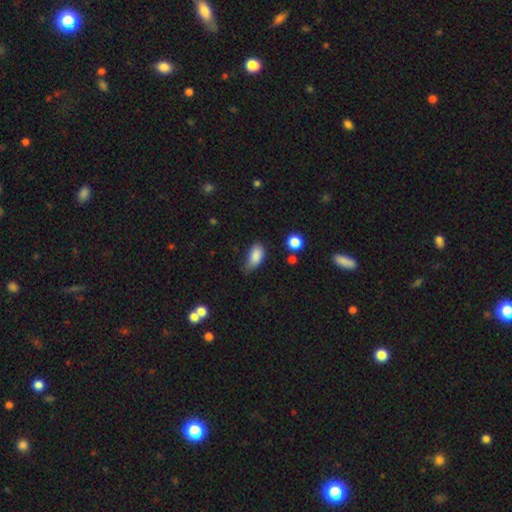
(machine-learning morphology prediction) Q: Smooth or featured?
A: smooth (85%); runner-up: star or artifact (8%)
Q: How rounded?
A: in between (90%); runner-up: round (5%)
Q: Merging?
A: minor disturbance (44%); runner-up: none (42%)